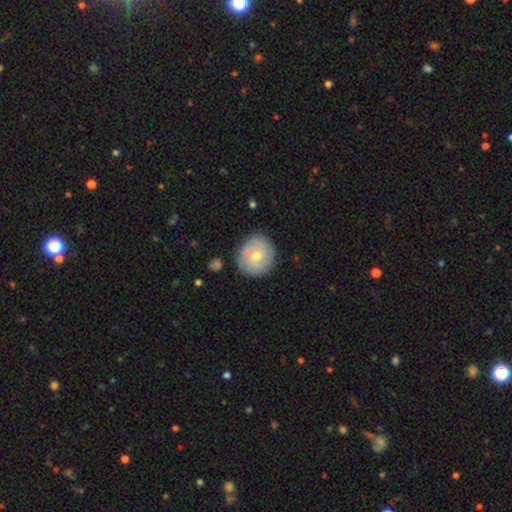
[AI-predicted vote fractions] smooth 56%, featured or disk 37%, star or artifact 7%. Down the decision tree: how rounded — round (84%); merging — none (77%).